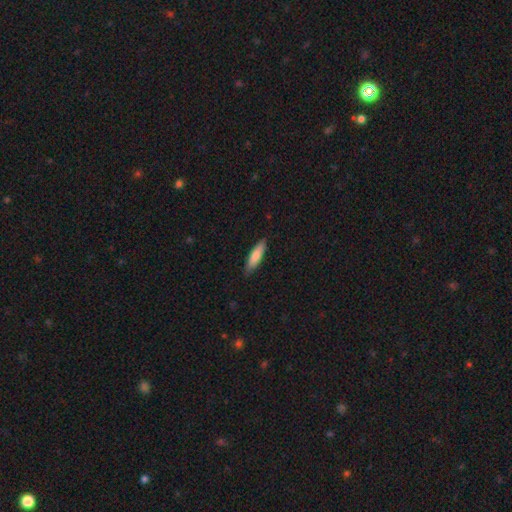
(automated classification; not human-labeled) This appears to be a smooth galaxy with no disk features (80%) that is cigar-shaped (67%). Merging: none (87%).